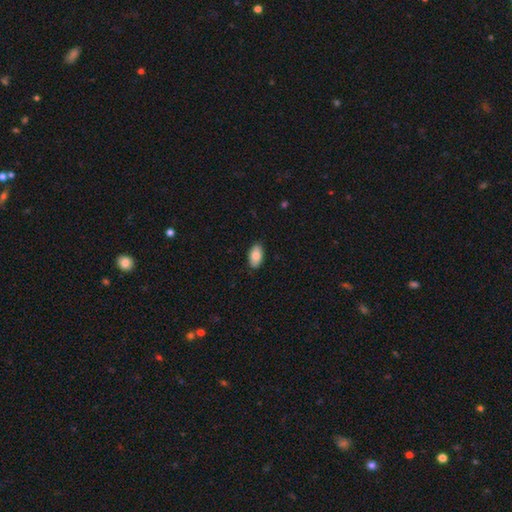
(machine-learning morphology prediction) A smooth galaxy with no disk features (86%) that is in between round and cigar-shaped (94%).

Vote fractions:
- Smooth or featured? smooth: 86% / featured or disk: 7% / star or artifact: 7%
- How rounded? in between: 94% / round: 3% / cigar-shaped: 3%
- Merging? none: 89% / minor disturbance: 9% / major disturbance: 2% / merger: 1%